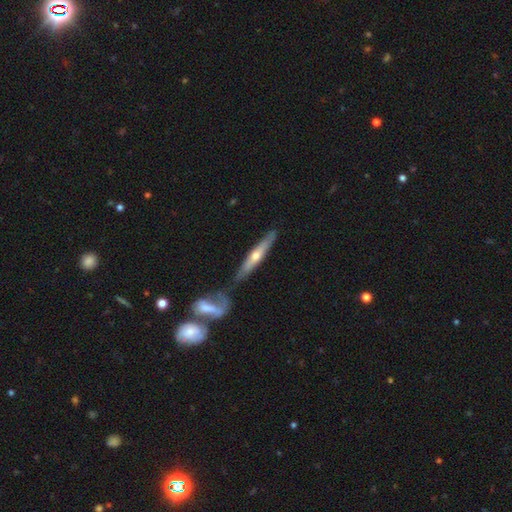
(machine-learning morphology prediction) This is likely a featured or disk galaxy (63%). It is clearly viewed edge-on (89%). Edge-on bulge: clearly rounded (81%). Merging: likely none (66%).